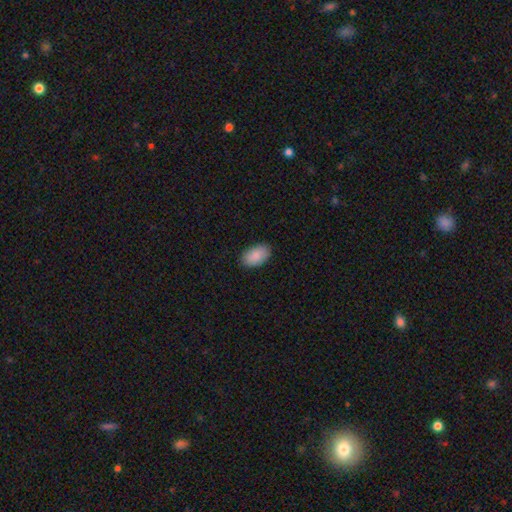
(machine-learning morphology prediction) smooth_or_featured: smooth (p=0.89) [alt: star or artifact p=0.06]
how_rounded: in between (p=0.94) [alt: round p=0.04]
merging: none (p=0.88) [alt: minor disturbance p=0.10]